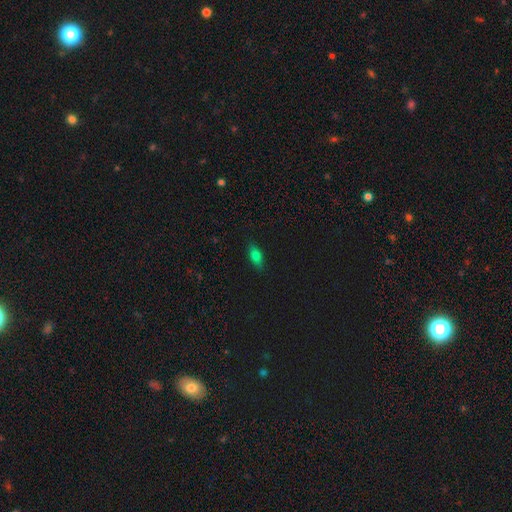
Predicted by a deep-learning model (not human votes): smooth-or-featured: smooth: 77% | star or artifact: 14% | featured or disk: 9%
  how-rounded: in between: 86% | cigar-shaped: 10% | round: 4%
  merging: none: 82% | minor disturbance: 14% | major disturbance: 3% | merger: 1%